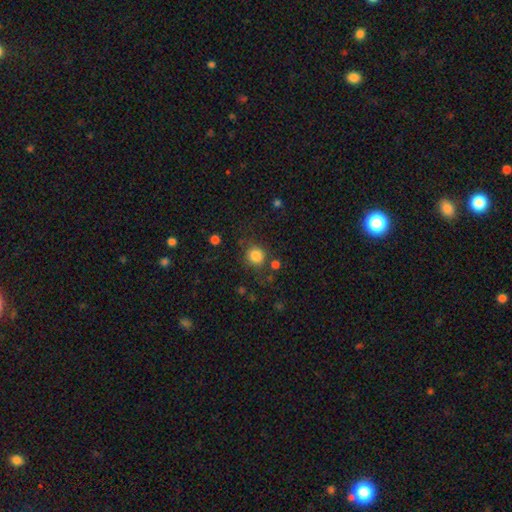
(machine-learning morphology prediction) Smooth or featured? Predicted: smooth (p=0.84). How rounded? Predicted: round (p=0.89). Merging? Predicted: none (p=0.76).